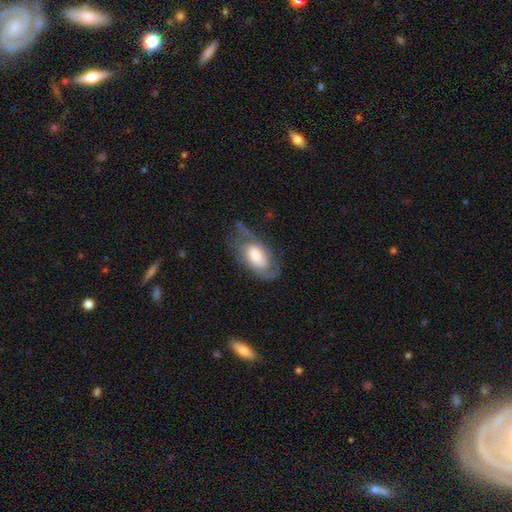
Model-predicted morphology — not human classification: The model was most divided on "smooth or featured": featured or disk: 55%, smooth: 38%, star or artifact: 7%. Remaining: edge-on disk — no (93%); spiral arms — yes (78%); bar — no (67%); merging — none (48%); bulge size — large (47%).